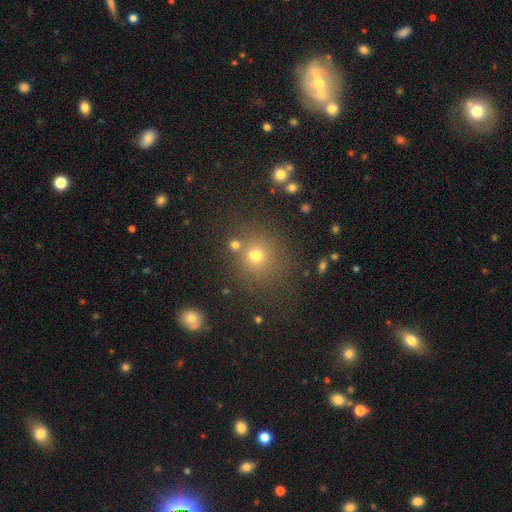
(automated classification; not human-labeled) Smooth or featured: smooth — 71% (star or artifact — 20%)
How rounded: round — 86% (in between — 13%)
Merging: none — 73% (merger — 11%)